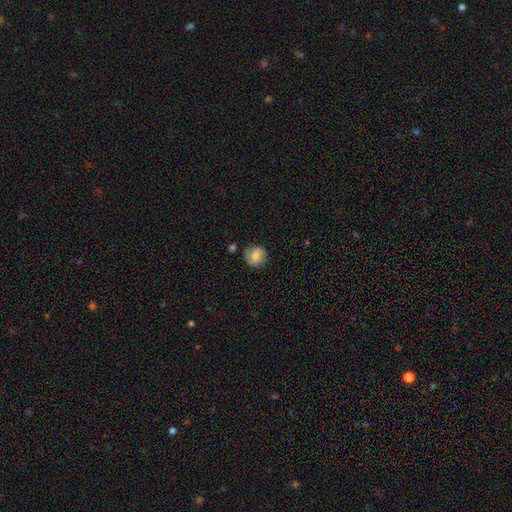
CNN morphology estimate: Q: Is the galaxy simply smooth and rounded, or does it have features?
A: smooth — 51%.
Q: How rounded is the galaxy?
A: round — 85%.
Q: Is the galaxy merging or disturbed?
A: none — 76%.